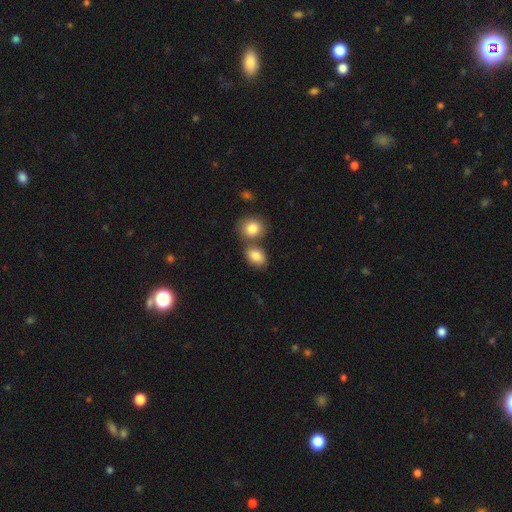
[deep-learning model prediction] smooth-or-featured: smooth: 84% | star or artifact: 8% | featured or disk: 8%
  how-rounded: in between: 71% | round: 28% | cigar-shaped: 1%
  merging: none: 51% | merger: 35% | minor disturbance: 11% | major disturbance: 3%